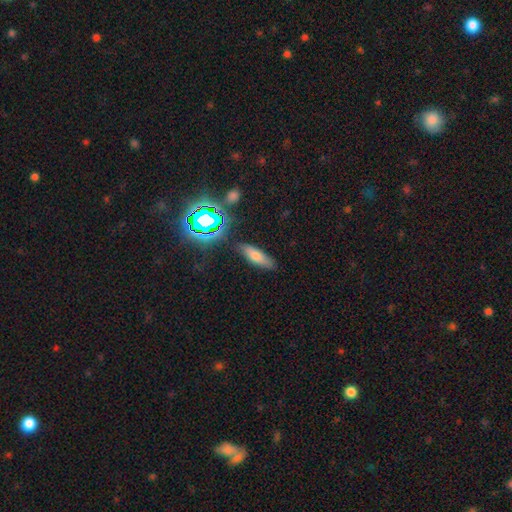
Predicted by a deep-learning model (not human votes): This appears to be a smooth galaxy with no disk features (62%) that is in between round and cigar-shaped (49%). Merging: none (83%).